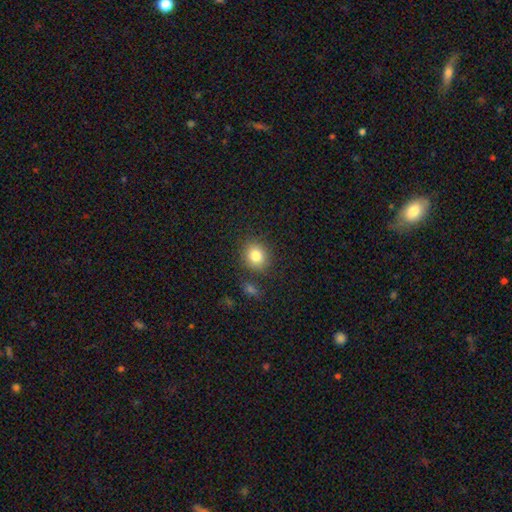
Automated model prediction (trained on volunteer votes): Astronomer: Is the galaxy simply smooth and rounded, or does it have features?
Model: smooth — 81%.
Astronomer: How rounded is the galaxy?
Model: round — 76%.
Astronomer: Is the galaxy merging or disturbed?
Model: none — 84%.